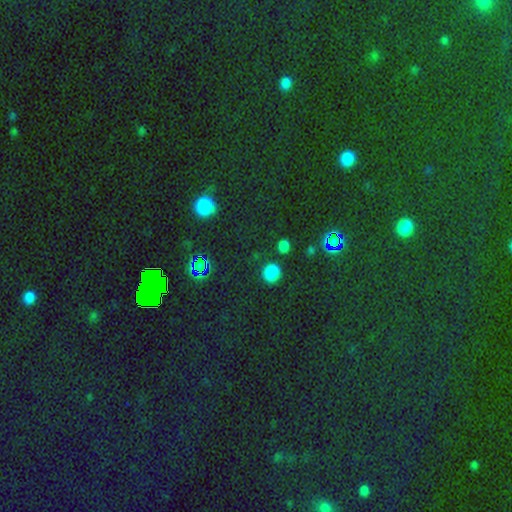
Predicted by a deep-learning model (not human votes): Smooth or featured? Predicted: star or artifact (p=0.71).